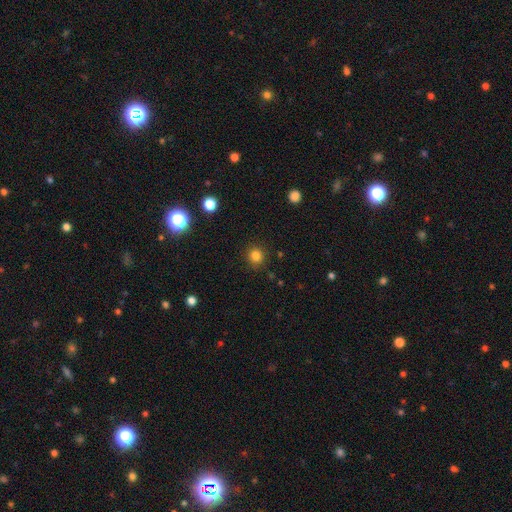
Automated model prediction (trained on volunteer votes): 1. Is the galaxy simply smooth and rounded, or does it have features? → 83% smooth, 13% star or artifact, 4% featured or disk.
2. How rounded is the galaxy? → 92% round, 7% in between, 1% cigar-shaped.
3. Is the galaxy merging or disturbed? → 90% none, 7% minor disturbance, 2% major disturbance, 1% merger.